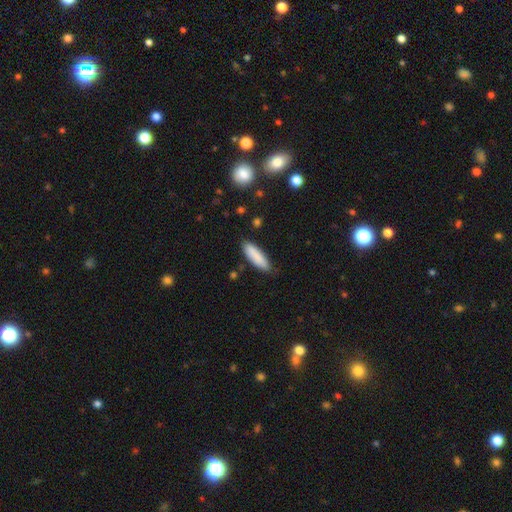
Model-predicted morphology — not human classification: Smooth or featured: smooth — 88% (featured or disk — 6%)
How rounded: cigar-shaped — 54% (in between — 45%)
Merging: none — 84% (minor disturbance — 12%)